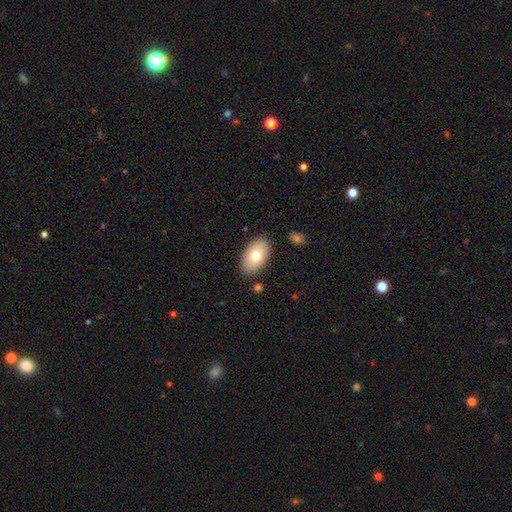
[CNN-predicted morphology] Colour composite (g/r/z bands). It shows a smooth galaxy with no disk features (74%) that is in between round and cigar-shaped (93%). Merging: none (85%).